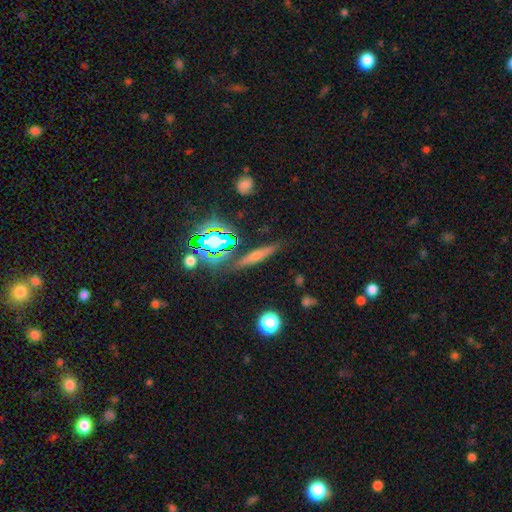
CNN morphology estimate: Q: Smooth or featured?
A: smooth (41%); runner-up: featured or disk (39%)
Q: Merging?
A: none (82%); runner-up: minor disturbance (11%)